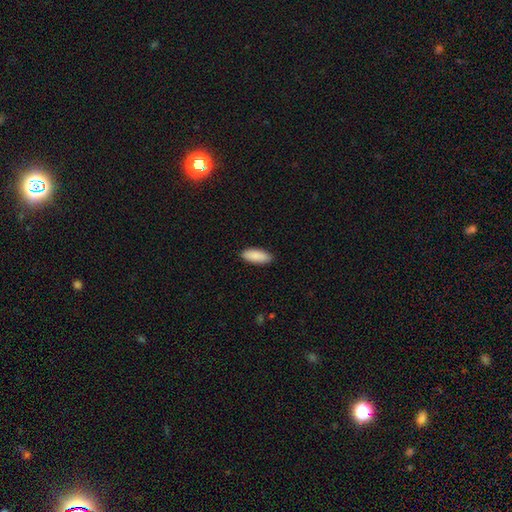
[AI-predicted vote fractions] Overall: smooth (90%). How rounded: in between (82%). Merging: none (89%).